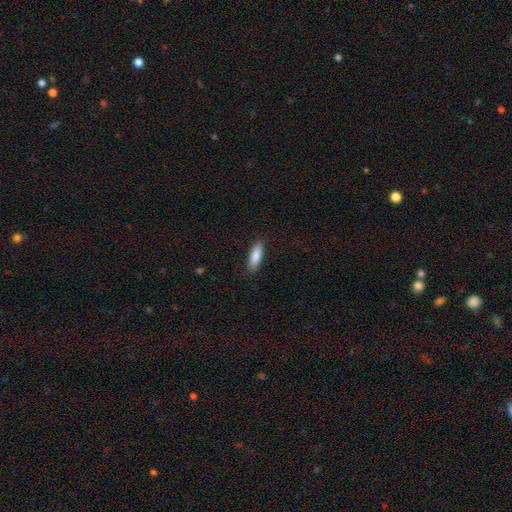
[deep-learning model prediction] Morphology: type=smooth (83%); roundness=cigar-shaped (53%); merging=none (88%).